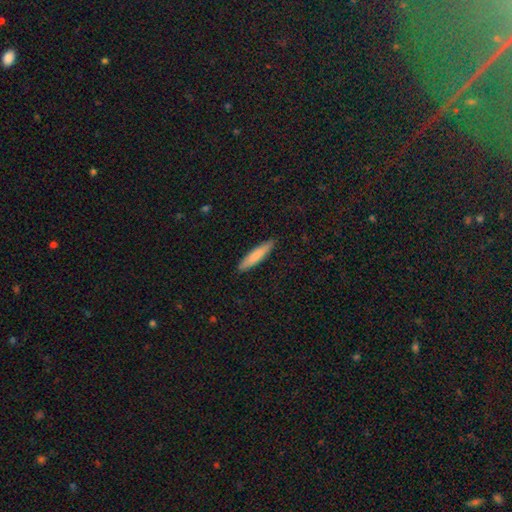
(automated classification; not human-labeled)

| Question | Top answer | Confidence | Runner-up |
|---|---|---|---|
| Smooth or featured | smooth | 80% | featured or disk (15%) |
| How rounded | cigar-shaped | 87% | in between (12%) |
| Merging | none | 91% | minor disturbance (7%) |